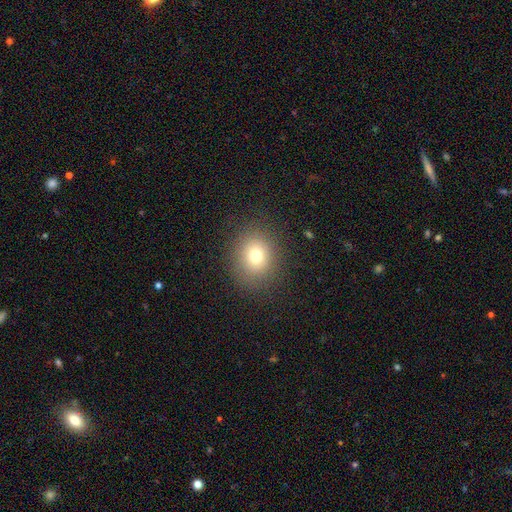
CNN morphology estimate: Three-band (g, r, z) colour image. It shows a smooth galaxy with no disk features (74%) that is round (74%). Merging: none (86%).